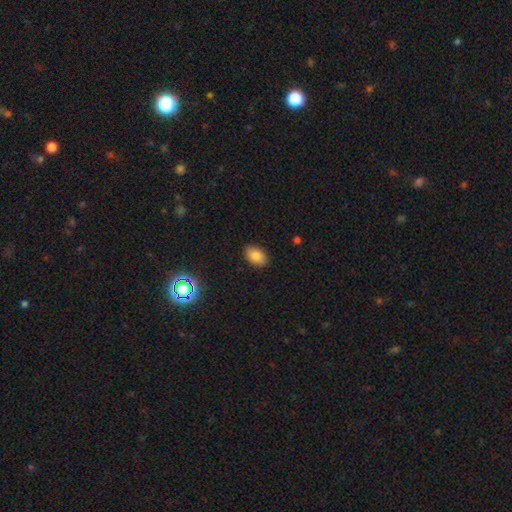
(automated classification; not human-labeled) This appears to be a smooth galaxy with no disk features (83%) that is in between round and cigar-shaped (87%). Merging: none (87%).